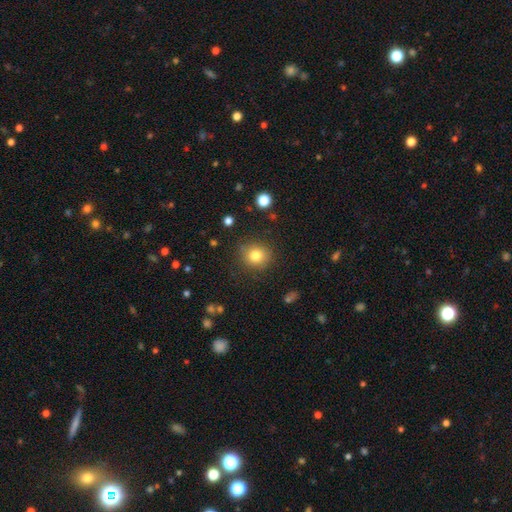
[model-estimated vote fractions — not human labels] The model was most divided on "smooth or featured": smooth: 80%, star or artifact: 12%, featured or disk: 8%. More confident: how rounded — round (87%); merging — none (84%).